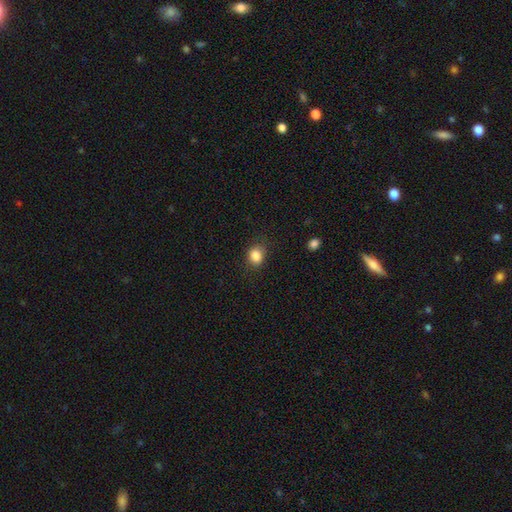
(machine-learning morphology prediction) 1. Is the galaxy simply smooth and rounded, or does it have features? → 84% smooth, 11% star or artifact, 5% featured or disk.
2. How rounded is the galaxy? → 61% round, 38% in between, 1% cigar-shaped.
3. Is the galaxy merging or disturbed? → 81% none, 14% minor disturbance, 4% major disturbance, 1% merger.